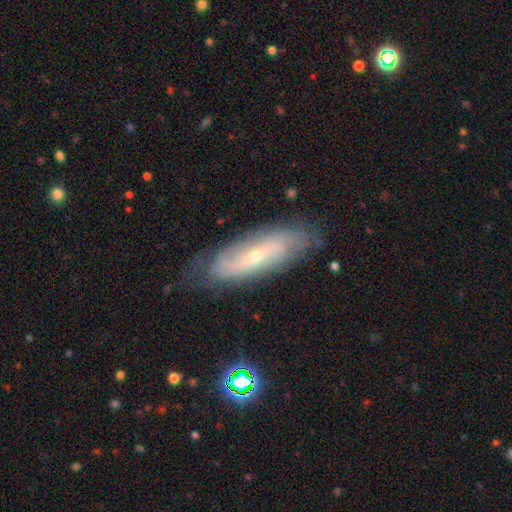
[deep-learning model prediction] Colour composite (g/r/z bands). It shows a featured or disk galaxy (72%) with no bar (56%), spiral arms (85%) and a small central bulge (77%). Merging: none (74%).